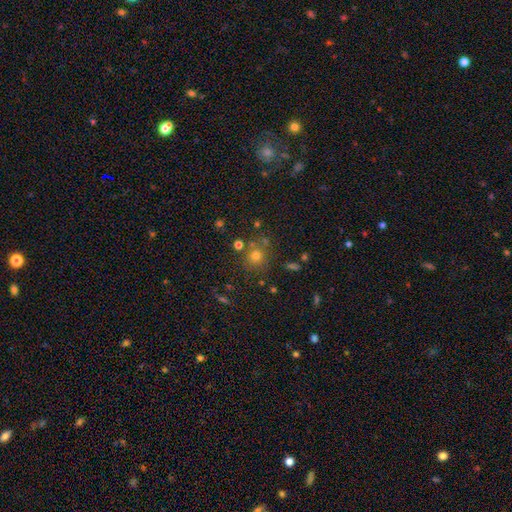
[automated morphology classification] Smooth or featured?
  - smooth: 67% *
  - star or artifact: 24%
  - featured or disk: 9%
How rounded?
  - round: 89% *
  - in between: 10%
  - cigar-shaped: 1%
Merging?
  - none: 75% *
  - minor disturbance: 10%
  - merger: 10%
  - major disturbance: 4%